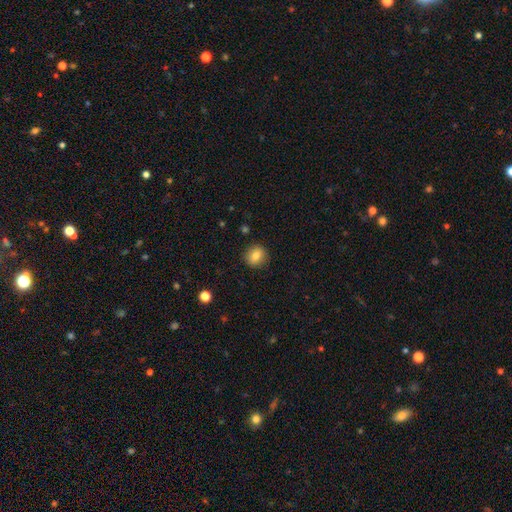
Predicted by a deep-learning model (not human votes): Overall: smooth (79%). How rounded: round (79%). Merging: none (89%).